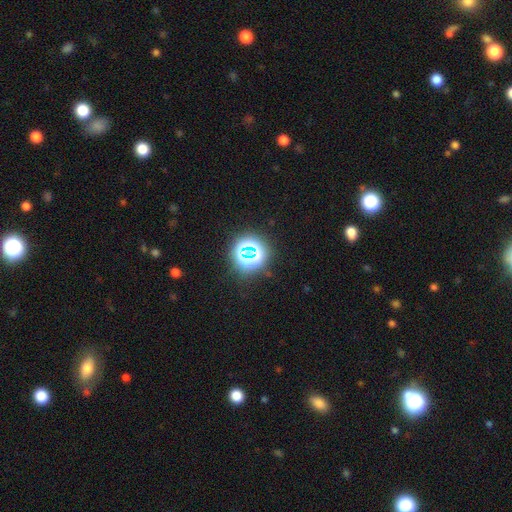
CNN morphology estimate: Overall: star or artifact (70%).